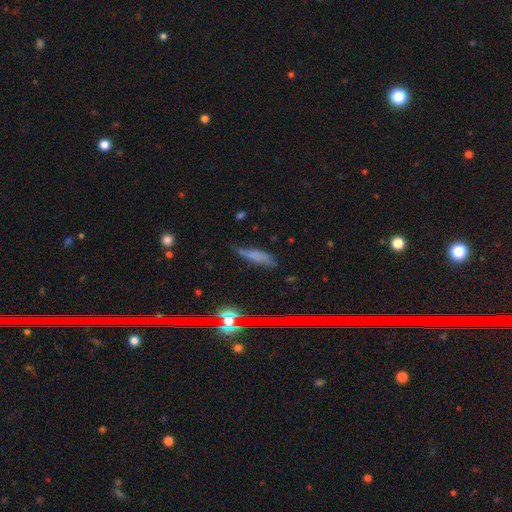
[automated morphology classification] type=smooth (62%); roundness=cigar-shaped (58%); merging=none (64%).